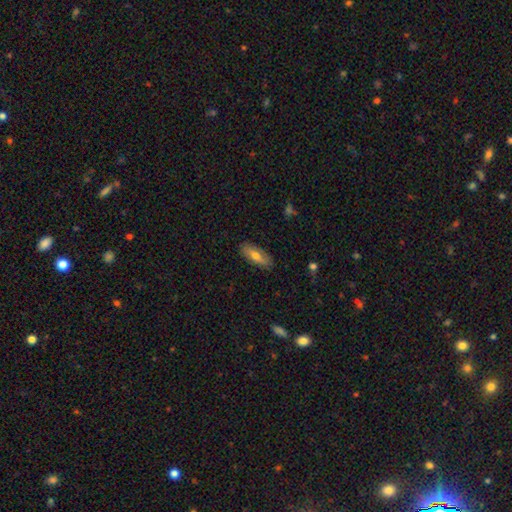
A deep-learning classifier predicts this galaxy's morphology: This appears to be a smooth galaxy with no disk features (62%) that is in between round and cigar-shaped (76%). Merging: none (86%).